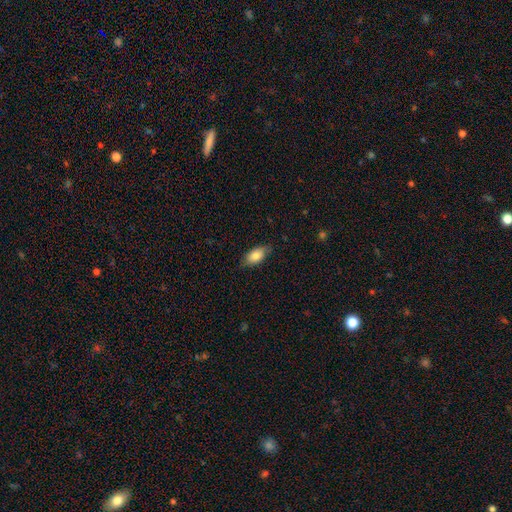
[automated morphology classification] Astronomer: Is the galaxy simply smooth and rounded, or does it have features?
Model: smooth — 81%.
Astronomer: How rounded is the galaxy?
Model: in between — 90%.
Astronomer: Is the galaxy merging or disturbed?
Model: none — 77%.